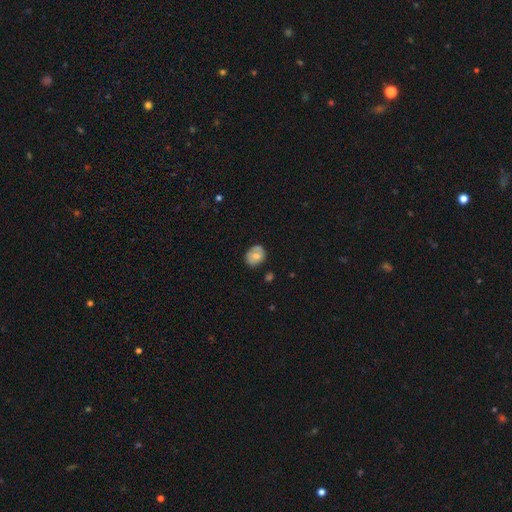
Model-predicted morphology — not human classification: type=smooth (65%); roundness=round (60%); merging=none (69%).